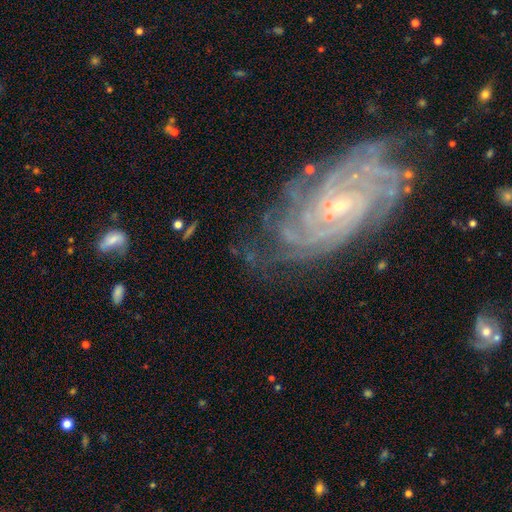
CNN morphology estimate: Smooth or featured? featured or disk (86%)
Edge-on disk? no (96%)
Bar? no (51%)
Spiral arms? yes (98%)
Spiral winding? tight (76%)
Spiral arm count? can't tell (24%)
Bulge size? small (82%)
Merging? none (69%)